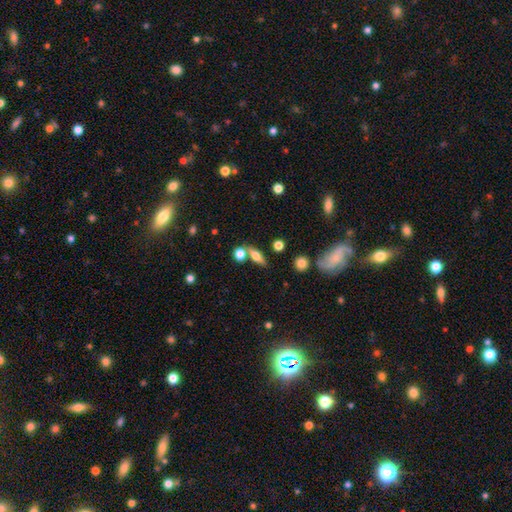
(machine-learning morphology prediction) type=smooth (60%); roundness=in between (55%); merging=none (62%).